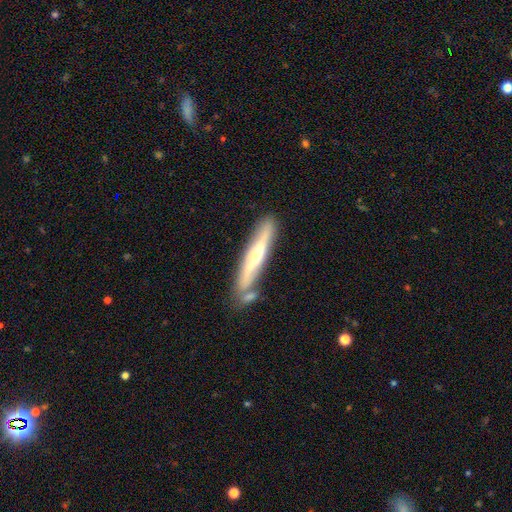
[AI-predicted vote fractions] Smooth or featured?
  - featured or disk: 55% *
  - smooth: 39%
  - star or artifact: 5%
Edge-on disk?
  - yes: 82% *
  - no: 18%
Merging?
  - none: 68% *
  - minor disturbance: 15%
  - merger: 13%
  - major disturbance: 4%